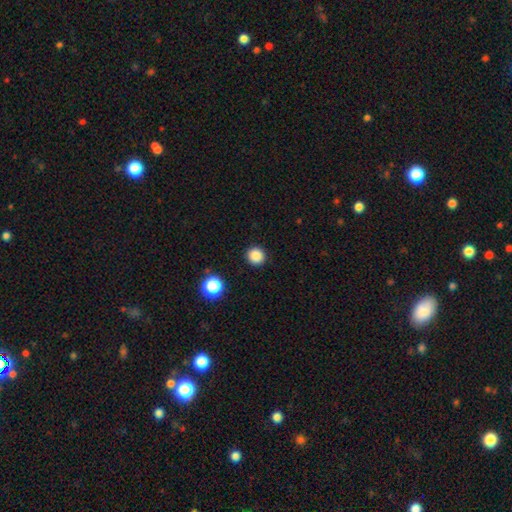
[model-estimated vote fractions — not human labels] smooth_or_featured: smooth (p=0.86) [alt: star or artifact p=0.11]
how_rounded: round (p=0.95) [alt: in between p=0.04]
merging: none (p=0.92) [alt: minor disturbance p=0.05]